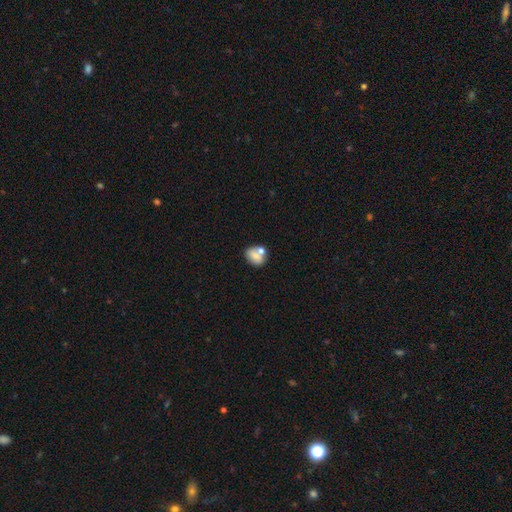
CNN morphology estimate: Q: Smooth or featured?
A: smooth (72%); runner-up: featured or disk (19%)
Q: How rounded?
A: in between (53%); runner-up: round (45%)
Q: Merging?
A: none (51%); runner-up: merger (30%)